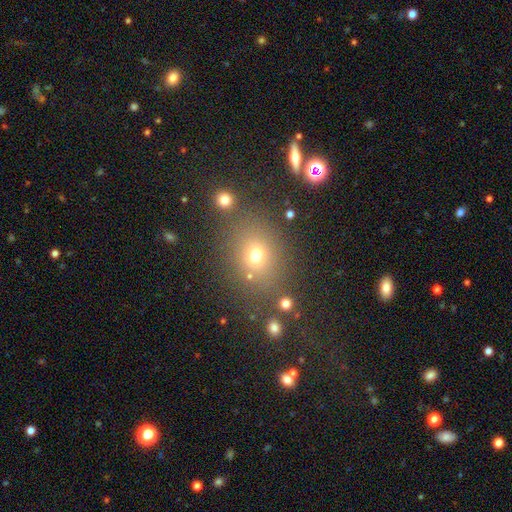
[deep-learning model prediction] The model was most divided on "how rounded": round: 58%, in between: 41%, cigar-shaped: 2%. More confident: merging — none (76%); smooth or featured — smooth (68%).